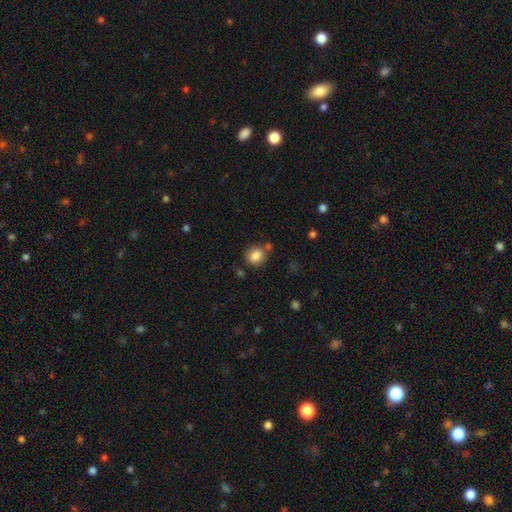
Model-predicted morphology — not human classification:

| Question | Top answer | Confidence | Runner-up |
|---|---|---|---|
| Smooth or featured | smooth | 84% | star or artifact (9%) |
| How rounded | round | 78% | in between (21%) |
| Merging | none | 75% | minor disturbance (12%) |